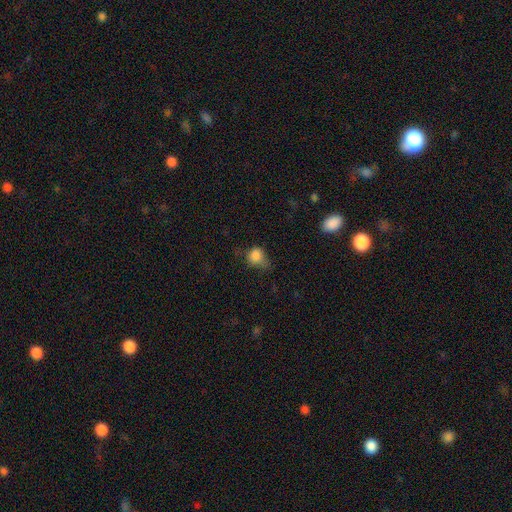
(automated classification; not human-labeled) A smooth galaxy with no disk features (81%) that is round (68%).

Vote fractions:
- Smooth or featured? smooth: 81% / star or artifact: 11% / featured or disk: 8%
- How rounded? round: 68% / in between: 31% / cigar-shaped: 1%
- Merging? none: 38% (tied) / minor disturbance: 38% (tied) / major disturbance: 21% / merger: 3%